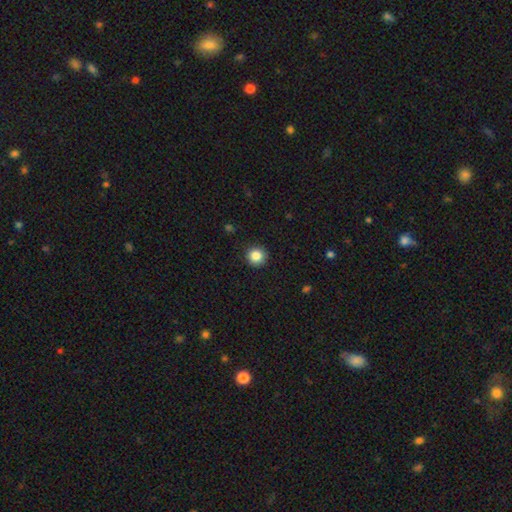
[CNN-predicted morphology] This appears to be a smooth galaxy with no disk features (85%) that is round (95%). Merging: none (92%).